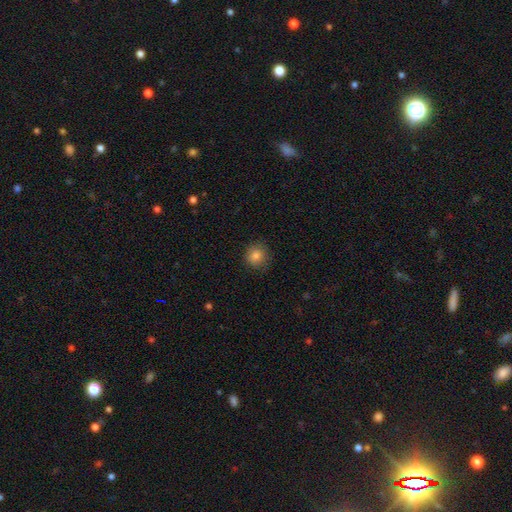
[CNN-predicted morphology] A smooth galaxy with no disk features (82%) that is round (89%). Merging: none (86%).